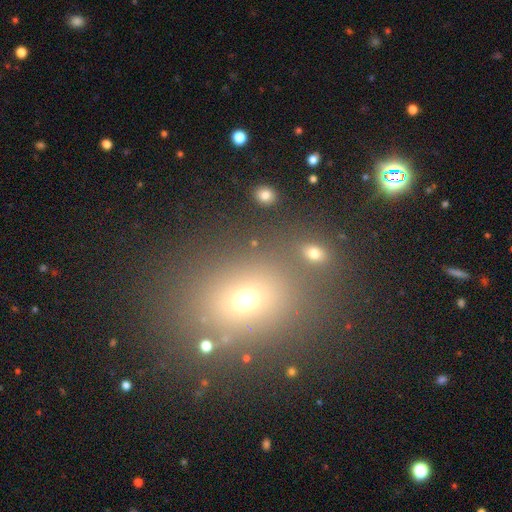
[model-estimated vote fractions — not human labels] Smooth or featured?
  - smooth: 57% *
  - star or artifact: 32%
  - featured or disk: 12%
How rounded?
  - round: 51% *
  - in between: 47%
  - cigar-shaped: 2%
Merging?
  - none: 79% *
  - minor disturbance: 9%
  - merger: 8%
  - major disturbance: 5%